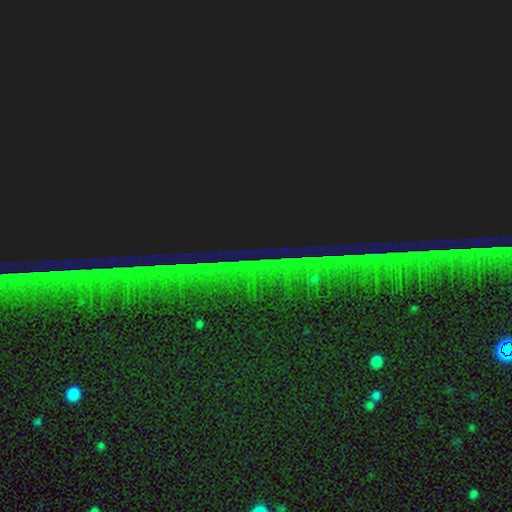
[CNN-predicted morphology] type=star or artifact (86%).